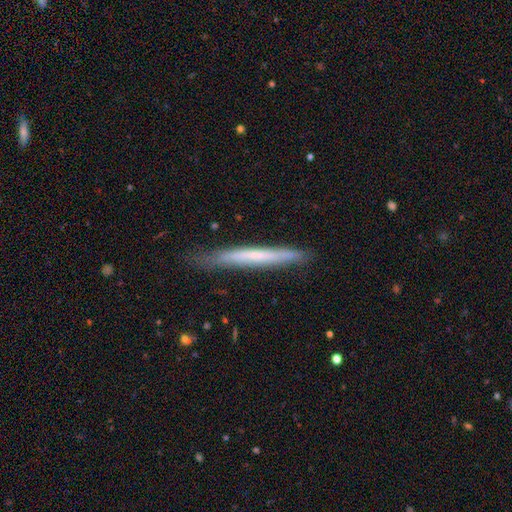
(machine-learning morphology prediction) The model was most divided on "smooth or featured": smooth: 50%, featured or disk: 44%, star or artifact: 6%. More confident: how rounded — cigar-shaped (97%); merging — none (82%).